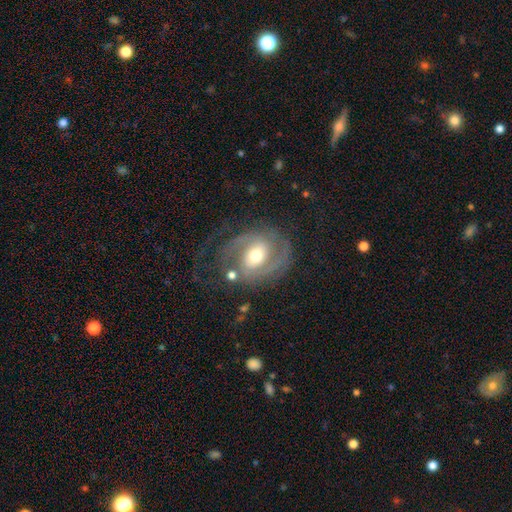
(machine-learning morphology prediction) This is clearly a featured or disk galaxy (84%). It is clearly not viewed edge-on (97%). Bar: marginally no (44%). Spiral arm pattern: clearly yes (93%). Spiral arm count: likely 2 (76%). Spiral winding: possibly medium (46%). Central bulge: likely moderate (71%). Merging: possibly none (57%).